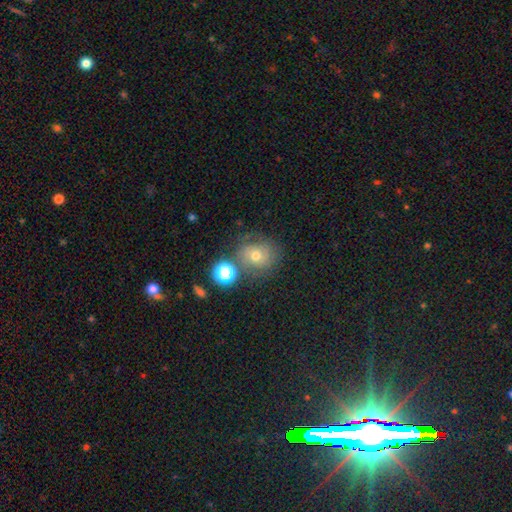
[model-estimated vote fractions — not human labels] This is possibly a smooth galaxy (50%). How rounded: likely round (74%). Merging: likely none (60%).